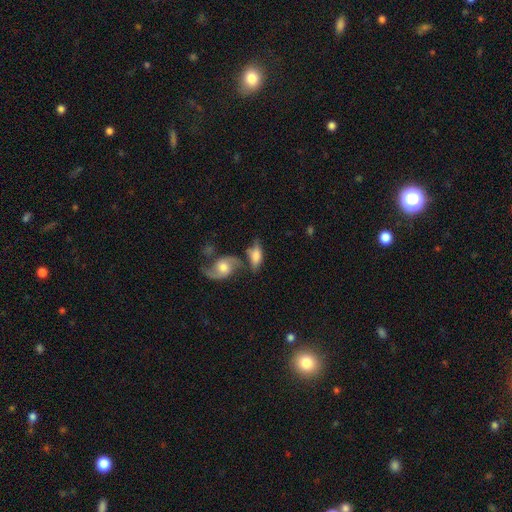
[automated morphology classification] type=smooth (51%); roundness=in between (81%); merging=none (38%).